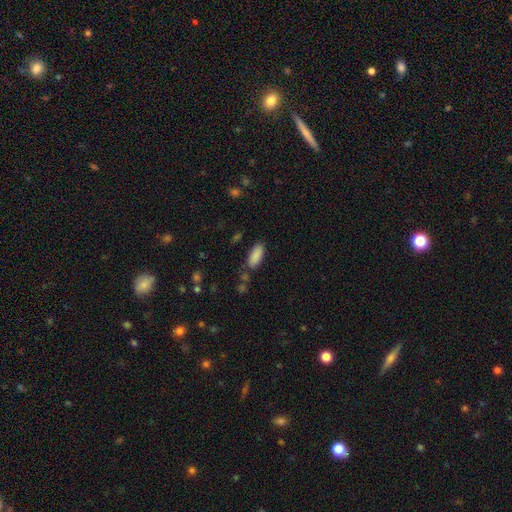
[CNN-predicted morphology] Smooth or featured: smooth — 89% (star or artifact — 7%)
How rounded: in between — 82% (cigar-shaped — 16%)
Merging: none — 80% (minor disturbance — 12%)